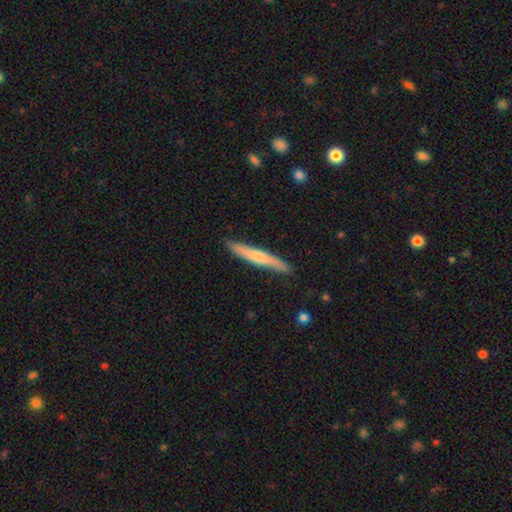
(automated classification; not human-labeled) Morphology: type=smooth (53%); roundness=cigar-shaped (95%); merging=none (88%).